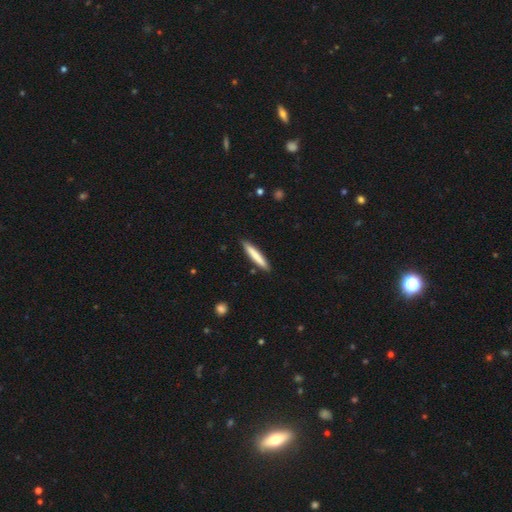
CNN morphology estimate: Smooth or featured: smooth — 76% (featured or disk — 19%)
How rounded: cigar-shaped — 93% (in between — 6%)
Merging: none — 89% (minor disturbance — 8%)